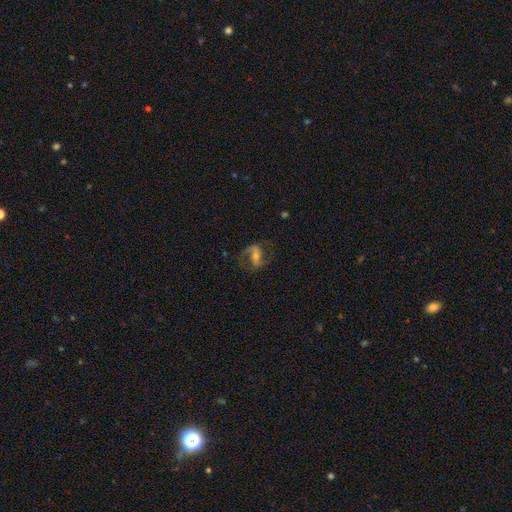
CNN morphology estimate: Smooth or featured?
  - featured or disk: 75% *
  - smooth: 16%
  - star or artifact: 9%
Edge-on disk?
  - no: 96% *
  - yes: 4%
Bar?
  - weak: 37% *
  - strong: 32%
  - no: 31%
Spiral arms?
  - yes: 90% *
  - no: 10%
Spiral winding?
  - medium: 45% *
  - loose: 42%
  - tight: 13%
Spiral arm count?
  - 2: 86% *
  - 1: 6%
  - can't tell: 5%
  - 3: 1%
  - 4: 1%
  - more than 4: 1%
Bulge size?
  - moderate: 53% *
  - small: 39%
  - large: 4%
  - none: 2%
  - dominant: 1%
Merging?
  - none: 66% *
  - minor disturbance: 17%
  - major disturbance: 15%
  - merger: 2%